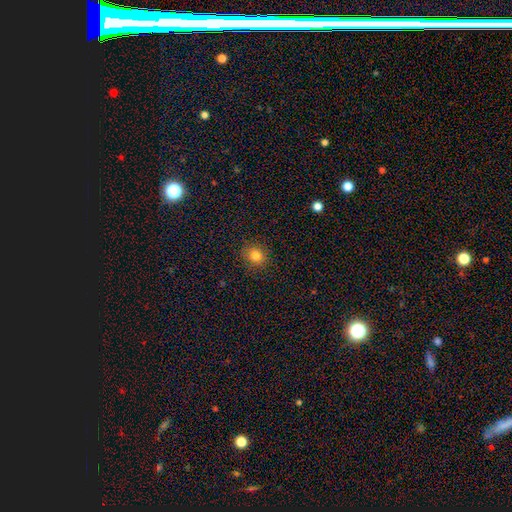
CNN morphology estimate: smooth-or-featured: smooth: 82% | star or artifact: 12% | featured or disk: 6%
  how-rounded: round: 84% | in between: 15% | cigar-shaped: 1%
  merging: none: 89% | minor disturbance: 7% | major disturbance: 2% | merger: 1%